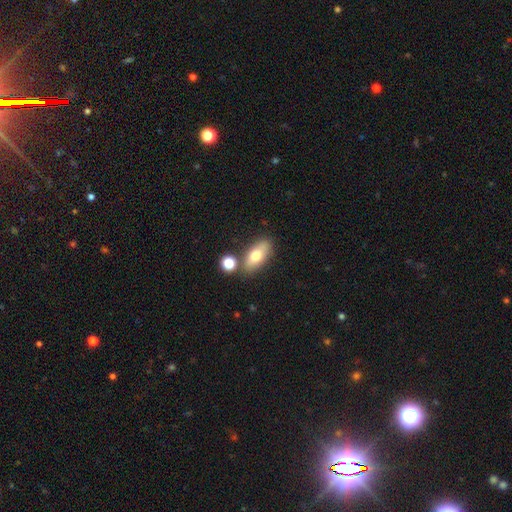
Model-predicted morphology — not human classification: Overall: smooth (71%). How rounded: in between (80%). Merging: none (73%).